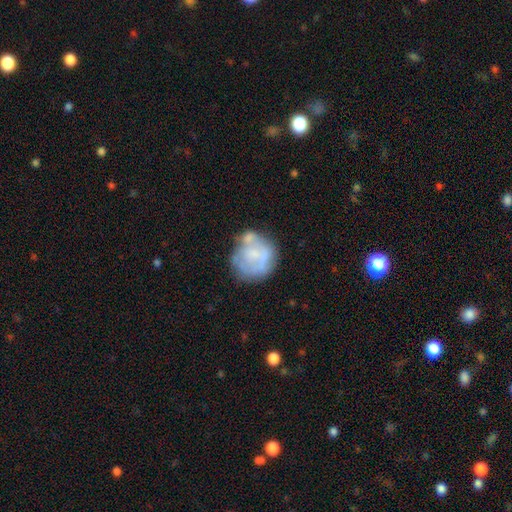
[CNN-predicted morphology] type=featured or disk (47%); merging=none (48%).